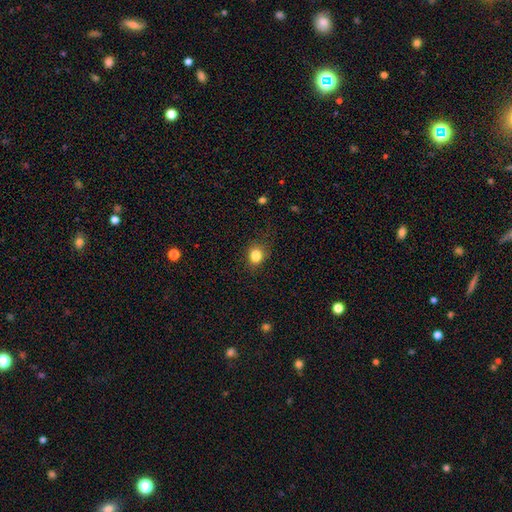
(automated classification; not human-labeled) This is clearly a smooth galaxy (83%). How rounded: likely round (61%). Merging: likely none (68%).